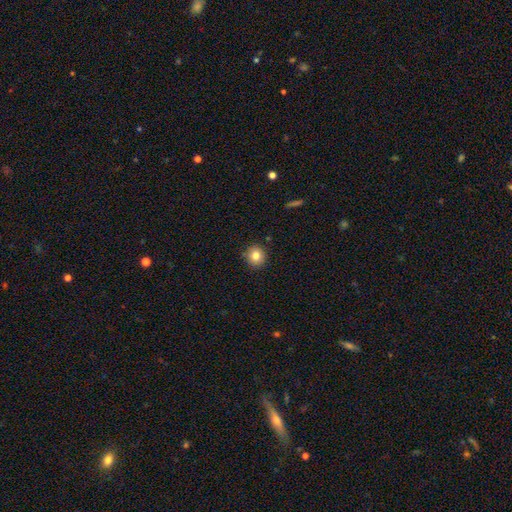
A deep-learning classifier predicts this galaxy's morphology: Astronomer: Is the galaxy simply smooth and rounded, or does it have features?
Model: smooth — 81%.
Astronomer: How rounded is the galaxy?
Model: round — 91%.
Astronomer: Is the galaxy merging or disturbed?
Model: none — 89%.